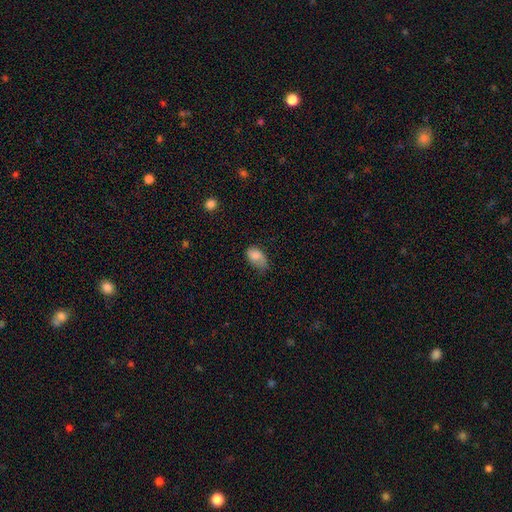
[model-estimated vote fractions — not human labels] A smooth galaxy with no disk features (77%) that is in between round and cigar-shaped (89%). Merging: none (45%).